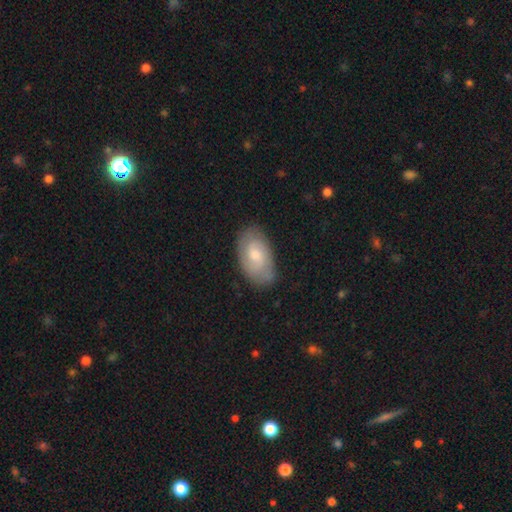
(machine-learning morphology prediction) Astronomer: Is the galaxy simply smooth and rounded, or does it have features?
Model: smooth — 51% (runner-up: featured or disk, 43%).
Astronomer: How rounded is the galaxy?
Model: in between — 93%.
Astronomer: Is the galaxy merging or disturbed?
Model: none — 75%.